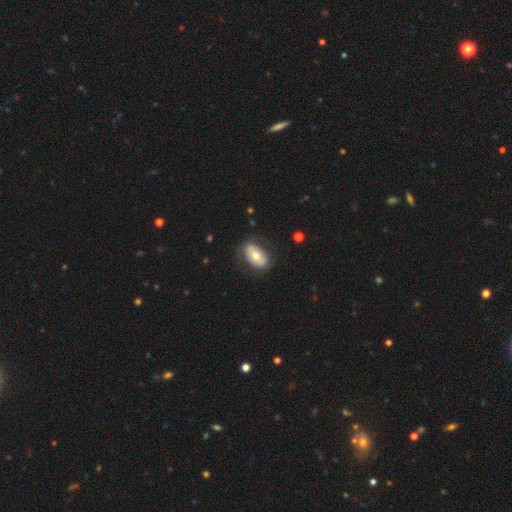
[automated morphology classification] Smooth or featured: smooth — 58% (featured or disk — 35%)
How rounded: in between — 90% (round — 8%)
Merging: none — 74% (minor disturbance — 18%)